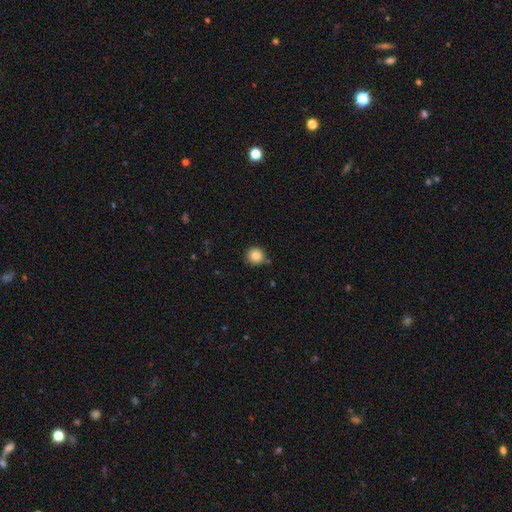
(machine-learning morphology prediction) smooth 85%, star or artifact 10%, featured or disk 5%. Down the decision tree: how rounded — round (93%); merging — none (81%).